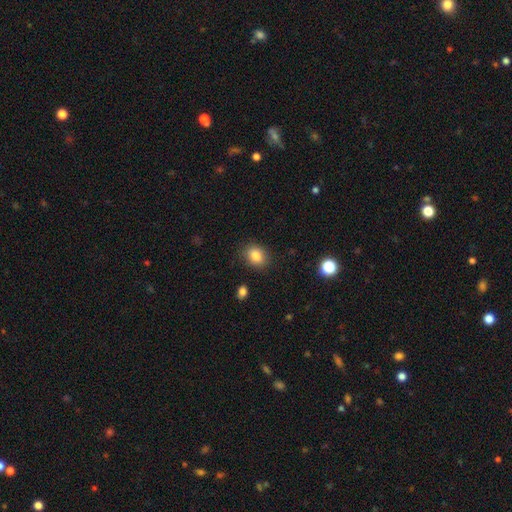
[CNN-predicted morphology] smooth 84%, star or artifact 10%, featured or disk 6%. Down the decision tree: how rounded — in between (54%); merging — none (86%).